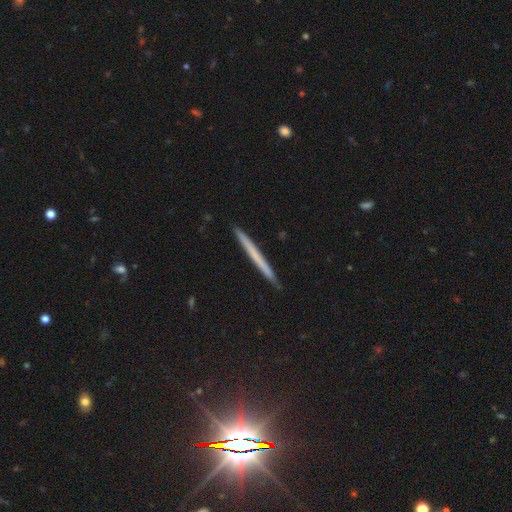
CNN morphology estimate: The model was most divided on "smooth or featured": smooth: 53%, featured or disk: 40%, star or artifact: 7%. More confident: how rounded — cigar-shaped (97%); merging — none (91%).